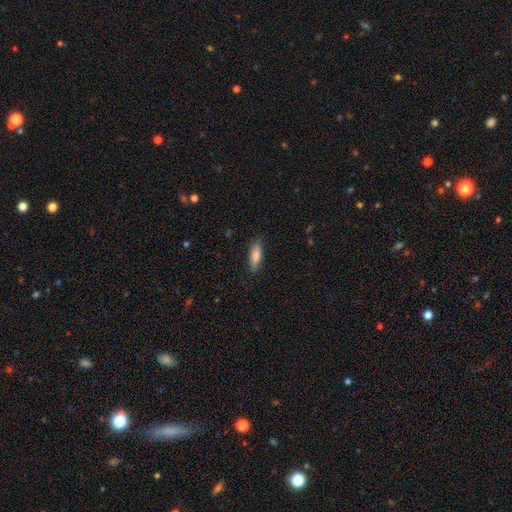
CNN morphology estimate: Smooth or featured: smooth — 80% (featured or disk — 14%)
How rounded: cigar-shaped — 55% (in between — 43%)
Merging: none — 84% (minor disturbance — 12%)